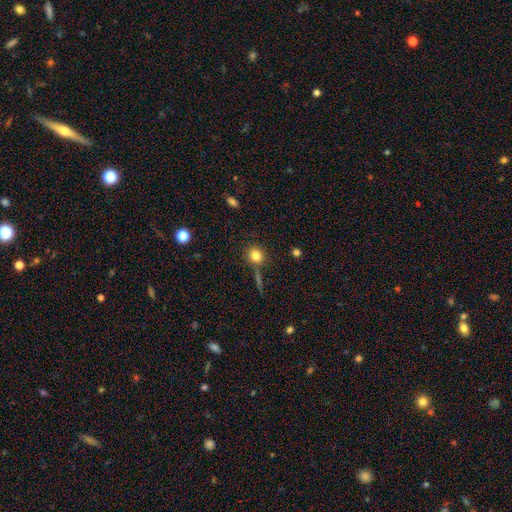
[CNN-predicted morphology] This is clearly a smooth galaxy (81%). How rounded: clearly round (83%). Merging: likely none (76%).